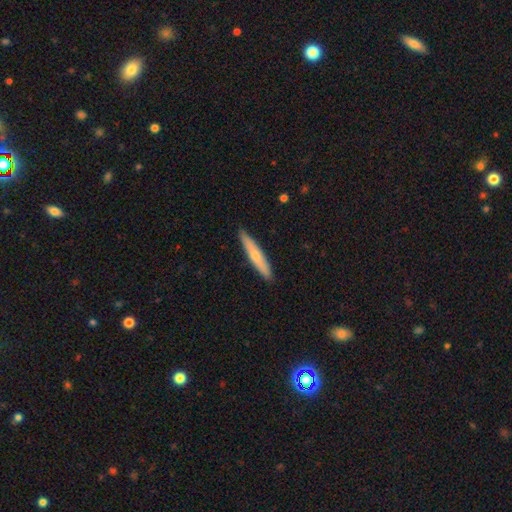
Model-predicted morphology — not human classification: Smooth or featured? Predicted: smooth (p=0.58). How rounded? Predicted: cigar-shaped (p=0.92). Merging? Predicted: none (p=0.90).